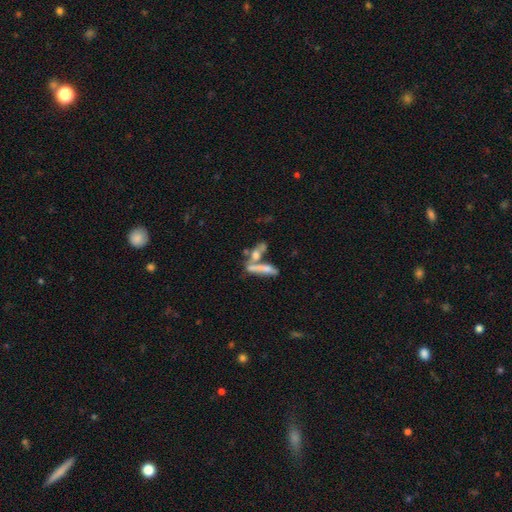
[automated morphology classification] type=smooth (49%); merging=merger (45%).